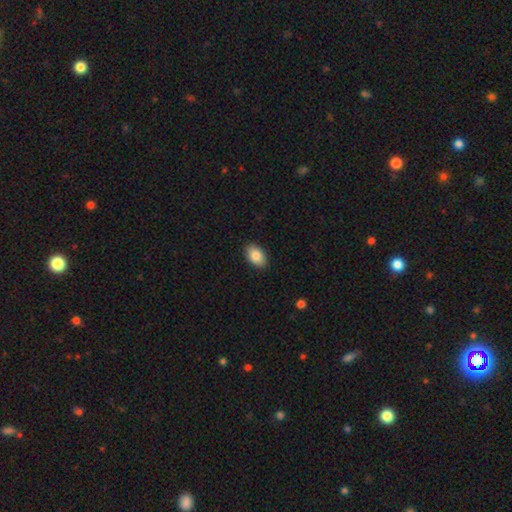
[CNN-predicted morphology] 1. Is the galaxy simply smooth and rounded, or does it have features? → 87% smooth, 7% star or artifact, 7% featured or disk.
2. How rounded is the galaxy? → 90% in between, 8% round, 1% cigar-shaped.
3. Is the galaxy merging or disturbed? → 89% none, 8% minor disturbance, 2% major disturbance, 1% merger.